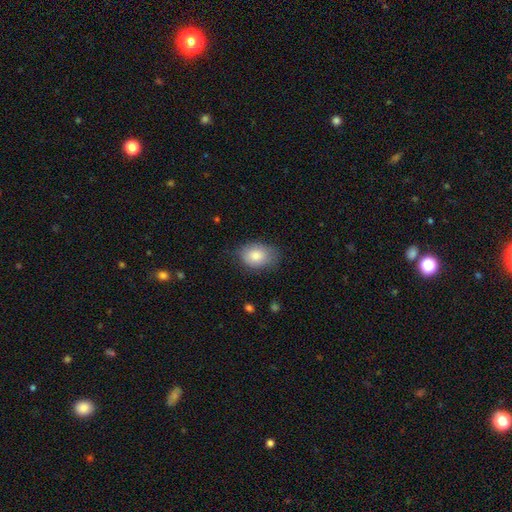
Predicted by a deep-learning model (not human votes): smooth 83%, featured or disk 10%, star or artifact 7%. Down the decision tree: how rounded — in between (75%); merging — none (71%).